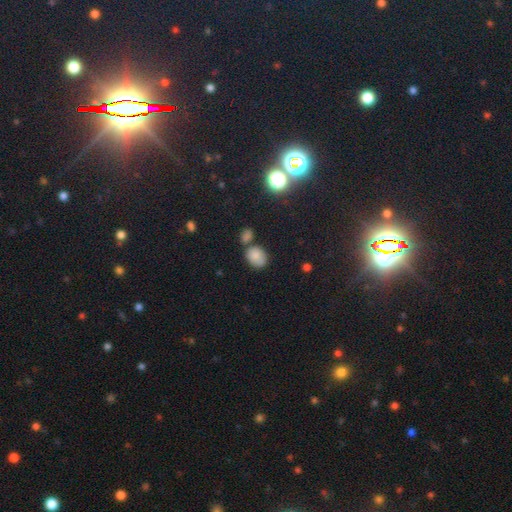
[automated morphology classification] Smooth or featured? Predicted: smooth (p=0.81). How rounded? Predicted: in between (p=0.65). Merging? Predicted: none (p=0.59).